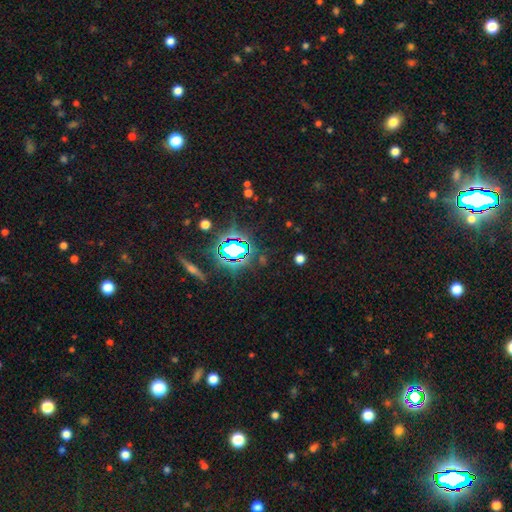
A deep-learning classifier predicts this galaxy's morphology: Smooth or featured?
  - star or artifact: 82% *
  - smooth: 11%
  - featured or disk: 7%